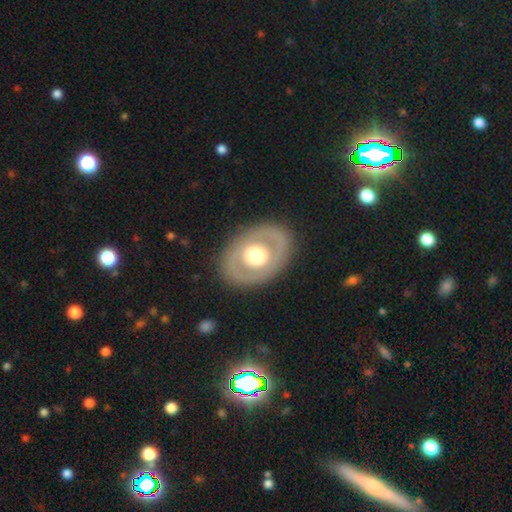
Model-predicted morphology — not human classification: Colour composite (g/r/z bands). It shows a featured or disk galaxy (55%) with no bar (85%), no spiral arms (88%) and a moderate central bulge (53%). Merging: none (84%).